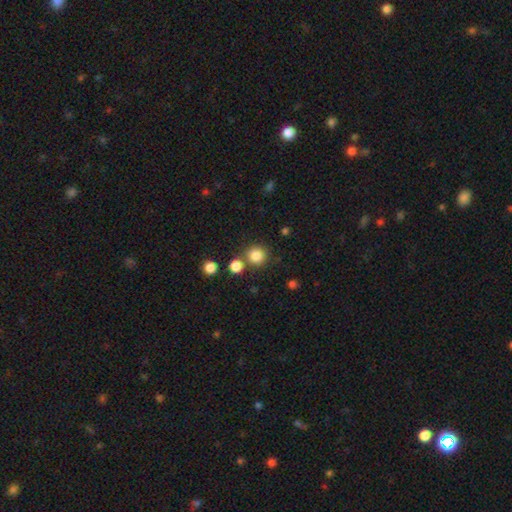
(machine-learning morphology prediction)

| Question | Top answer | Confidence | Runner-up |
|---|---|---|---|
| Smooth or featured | smooth | 83% | star or artifact (12%) |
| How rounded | round | 92% | in between (7%) |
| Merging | none | 74% | merger (15%) |